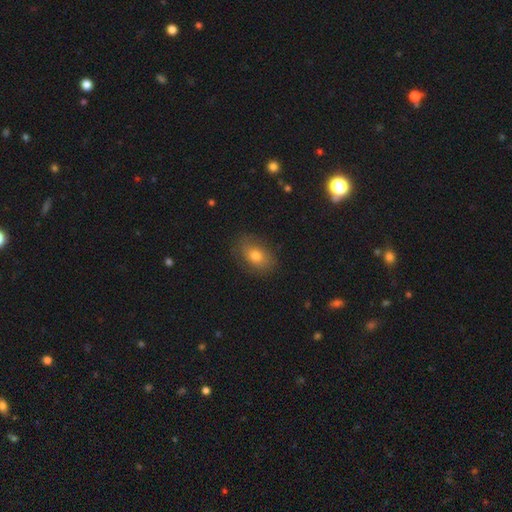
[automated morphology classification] Q: Smooth or featured?
A: smooth (74%); runner-up: featured or disk (16%)
Q: How rounded?
A: in between (79%); runner-up: round (19%)
Q: Merging?
A: none (81%); runner-up: minor disturbance (14%)